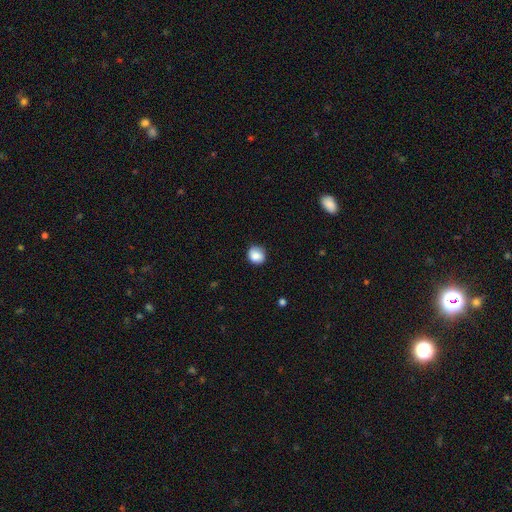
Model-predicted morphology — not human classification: smooth-or-featured: smooth: 86% | star or artifact: 8% | featured or disk: 6%
  how-rounded: round: 78% | in between: 21% | cigar-shaped: 1%
  merging: none: 80% | minor disturbance: 16% | major disturbance: 3% | merger: 1%